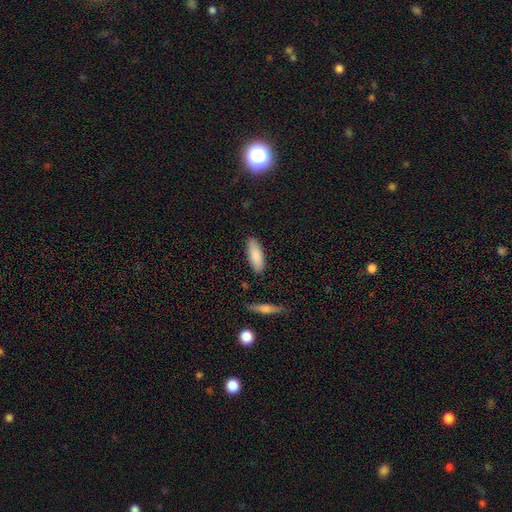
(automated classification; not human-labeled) Smooth or featured? Predicted: smooth (p=0.86). How rounded? Predicted: in between (p=0.68). Merging? Predicted: none (p=0.85).